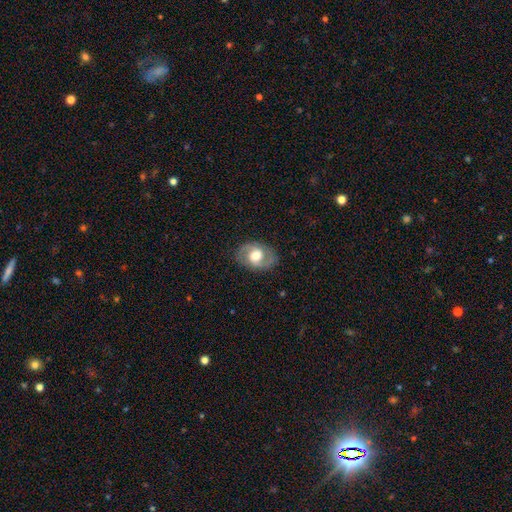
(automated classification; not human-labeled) Overall: featured or disk (73%). Edge-on disk: no (96%). Bar: no (51%; weak 38%). Spiral arms: yes (83%). Spiral arm count: 2 (90%). Spiral winding: medium (51%; tight 27%). Bulge size: moderate (54%; large 36%). Merging: none (82%).